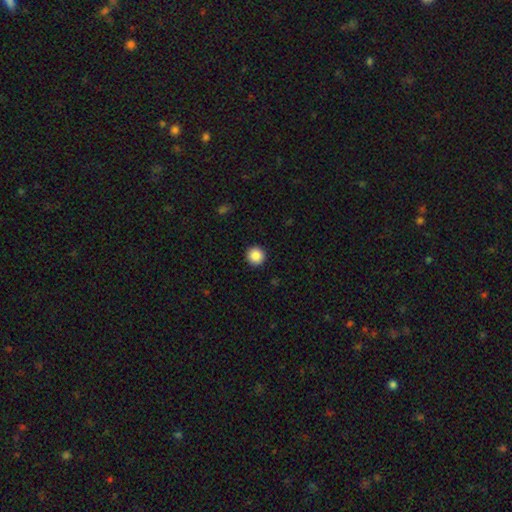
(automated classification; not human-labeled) smooth-or-featured: smooth: 88% | star or artifact: 9% | featured or disk: 3%
  how-rounded: round: 96% | in between: 3% | cigar-shaped: 1%
  merging: none: 93% | minor disturbance: 5% | major disturbance: 2% | merger: 1%